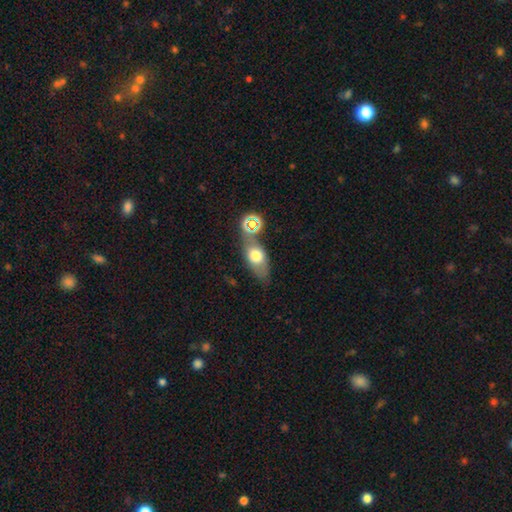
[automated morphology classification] This is likely a smooth galaxy (60%). How rounded: likely in between (72%). Merging: likely none (63%).